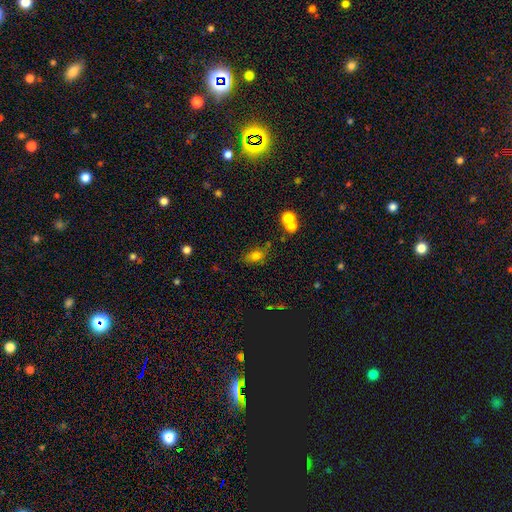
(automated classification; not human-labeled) Q: Smooth or featured?
A: smooth (74%); runner-up: star or artifact (14%)
Q: How rounded?
A: in between (79%); runner-up: round (17%)
Q: Merging?
A: none (64%); runner-up: minor disturbance (19%)